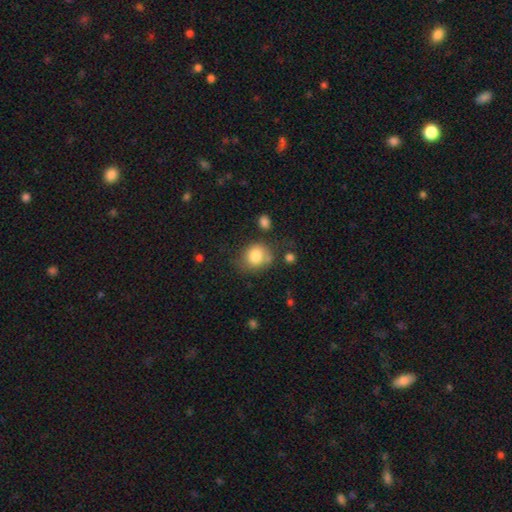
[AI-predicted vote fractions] A smooth galaxy with no disk features (82%) that is round (73%).

Vote fractions:
- Smooth or featured? smooth: 82% / star or artifact: 9% / featured or disk: 9%
- How rounded? round: 73% / in between: 27% / cigar-shaped: 1%
- Merging? none: 64% / minor disturbance: 20% / merger: 9% / major disturbance: 7%